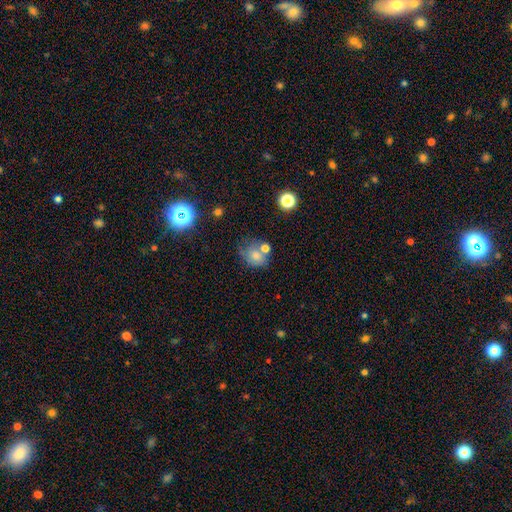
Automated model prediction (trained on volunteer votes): Q: Smooth or featured?
A: smooth (71%); runner-up: featured or disk (16%)
Q: How rounded?
A: round (52%); runner-up: in between (47%)
Q: Merging?
A: none (45%); runner-up: merger (25%)